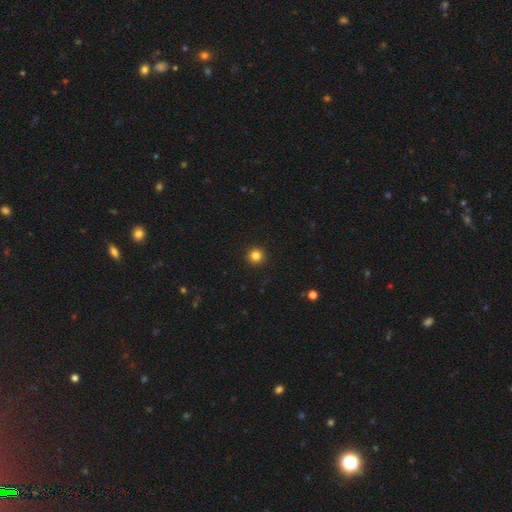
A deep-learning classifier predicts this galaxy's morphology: type=smooth (83%); roundness=round (96%); merging=none (94%).